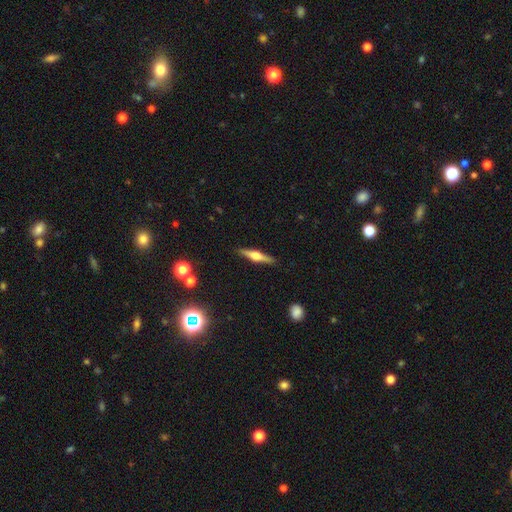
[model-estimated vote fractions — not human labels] smooth-or-featured: featured or disk: 67% | smooth: 27% | star or artifact: 7%
  disk-edge-on: yes: 97% | no: 3%
    edge-on-bulge: rounded: 92% | boxy: 5% | none: 3%
  merging: none: 90% | minor disturbance: 7% | major disturbance: 2% | merger: 1%